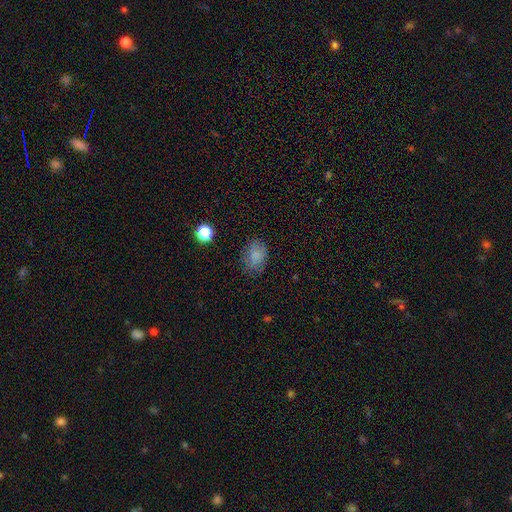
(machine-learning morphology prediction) This appears to be a smooth galaxy with no disk features (78%) that is in between round and cigar-shaped (68%). Merging: none (72%).